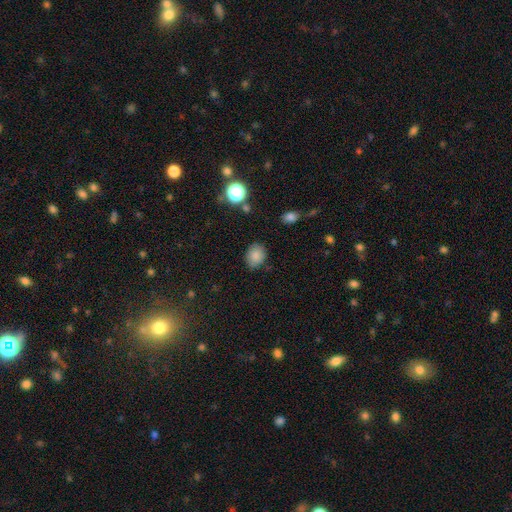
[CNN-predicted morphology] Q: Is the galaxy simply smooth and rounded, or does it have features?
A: smooth — 84%.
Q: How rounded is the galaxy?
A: in between — 52%.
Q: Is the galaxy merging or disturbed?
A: none — 78%.